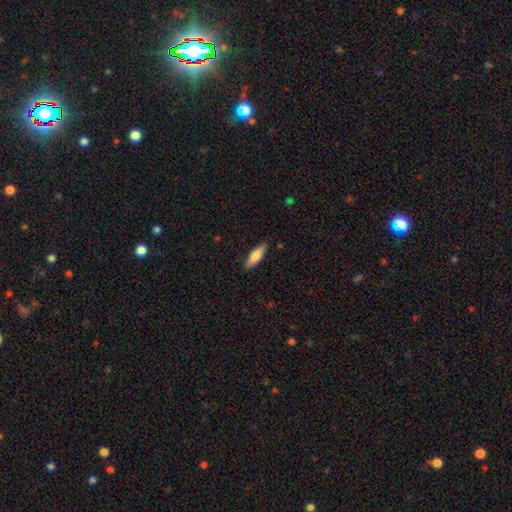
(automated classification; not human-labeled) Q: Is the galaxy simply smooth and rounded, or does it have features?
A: smooth — 76%.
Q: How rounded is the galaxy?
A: in between — 50%.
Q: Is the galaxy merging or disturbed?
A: none — 87%.